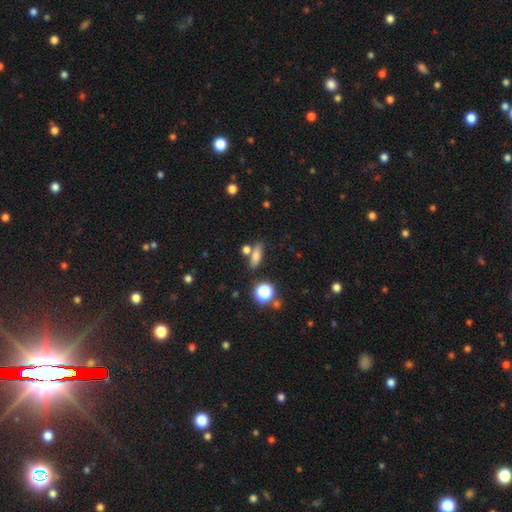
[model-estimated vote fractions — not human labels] Smooth or featured? Predicted: smooth (p=0.73). How rounded? Predicted: in between (p=0.49). Merging? Predicted: none (p=0.68).